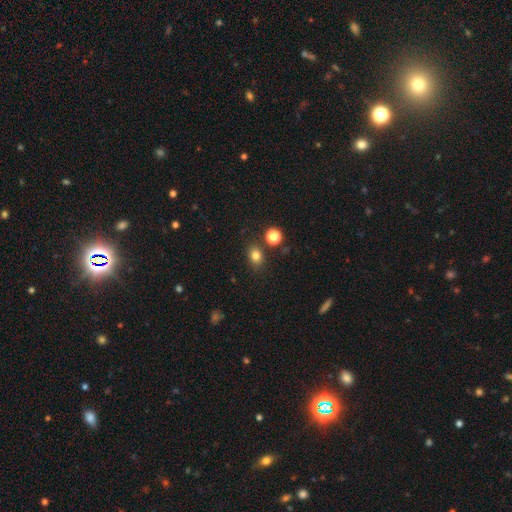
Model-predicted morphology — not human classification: Overall: smooth (80%). How rounded: in between (50%; round 49%). Merging: none (80%).